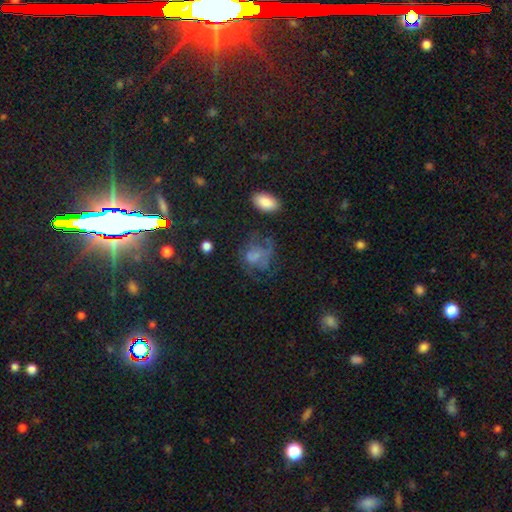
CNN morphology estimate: This is possibly a smooth galaxy (51%). How rounded: possibly in between (53%). Merging: marginally major disturbance (37%, tied with none).